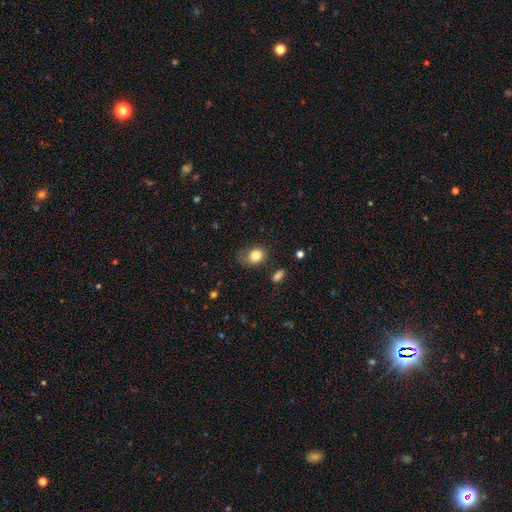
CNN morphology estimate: smooth-or-featured: smooth: 81% | star or artifact: 10% | featured or disk: 9%
  how-rounded: round: 56% | in between: 43% | cigar-shaped: 1%
  merging: none: 52% | minor disturbance: 30% | major disturbance: 15% | merger: 3%